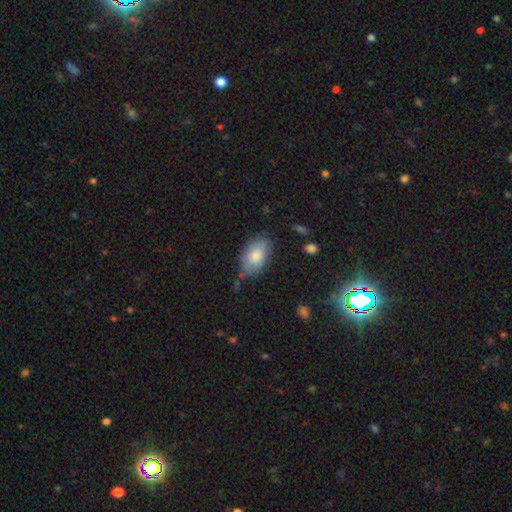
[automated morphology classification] Smooth or featured? smooth (82%)
How rounded? in between (93%)
Merging? none (70%)